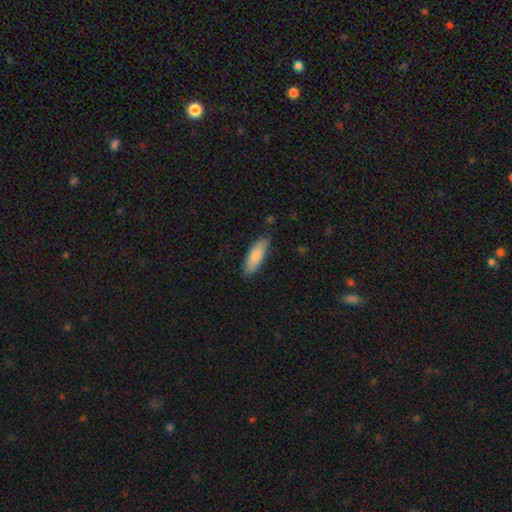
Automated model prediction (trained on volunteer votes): Smooth or featured?
  - smooth: 84% *
  - featured or disk: 10%
  - star or artifact: 6%
How rounded?
  - in between: 57% *
  - cigar-shaped: 41%
  - round: 2%
Merging?
  - none: 83% *
  - minor disturbance: 13%
  - major disturbance: 2%
  - merger: 1%